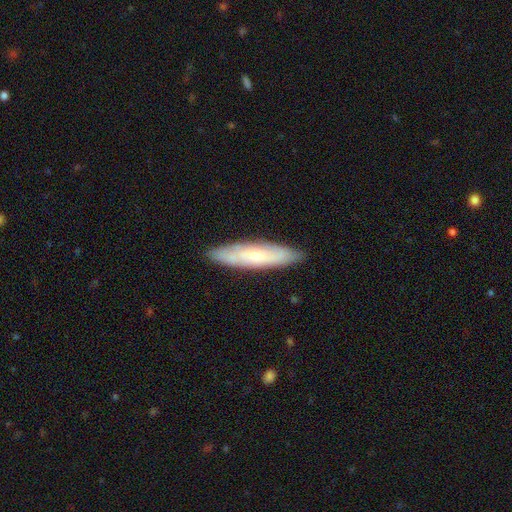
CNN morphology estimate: Q: Smooth or featured?
A: smooth (50%); runner-up: featured or disk (44%)
Q: How rounded?
A: cigar-shaped (78%); runner-up: in between (20%)
Q: Merging?
A: none (87%); runner-up: minor disturbance (10%)